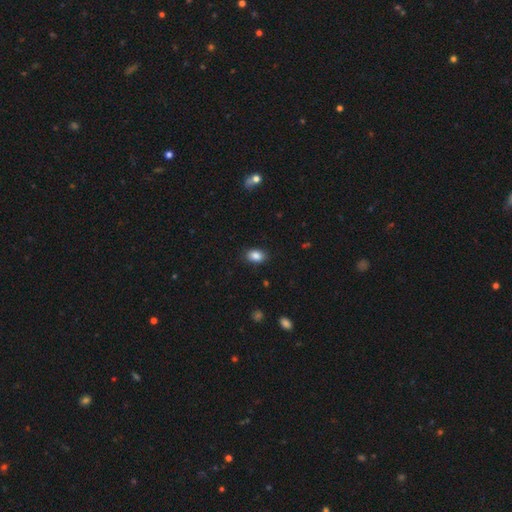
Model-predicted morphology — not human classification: smooth-or-featured: smooth: 87% | star or artifact: 9% | featured or disk: 4%
  how-rounded: in between: 78% | round: 20% | cigar-shaped: 1%
  merging: none: 87% | minor disturbance: 9% | major disturbance: 2% | merger: 1%